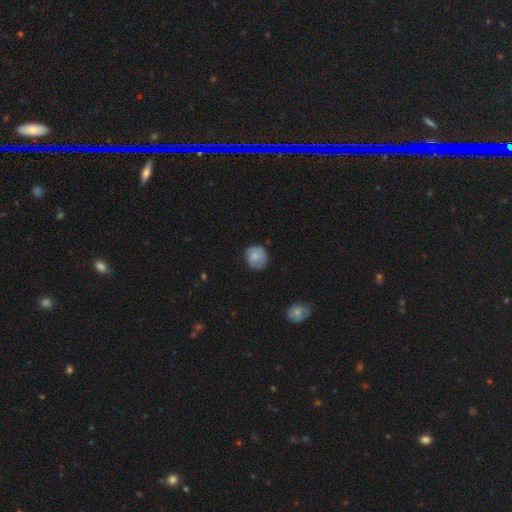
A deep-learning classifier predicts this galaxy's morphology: Smooth or featured? smooth (75%)
How rounded? round (84%)
Merging? none (74%)